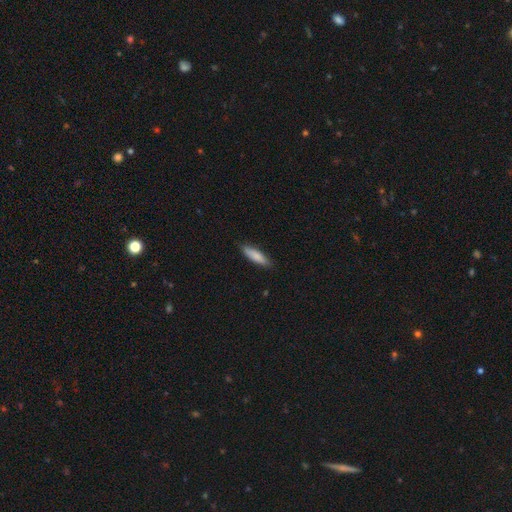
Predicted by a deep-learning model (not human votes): A smooth galaxy with no disk features (83%) that is cigar-shaped (67%).

Vote fractions:
- Smooth or featured? smooth: 83% / featured or disk: 11% / star or artifact: 6%
- How rounded? cigar-shaped: 67% / in between: 31% / round: 1%
- Merging? none: 87% / minor disturbance: 10% / major disturbance: 2% / merger: 1%